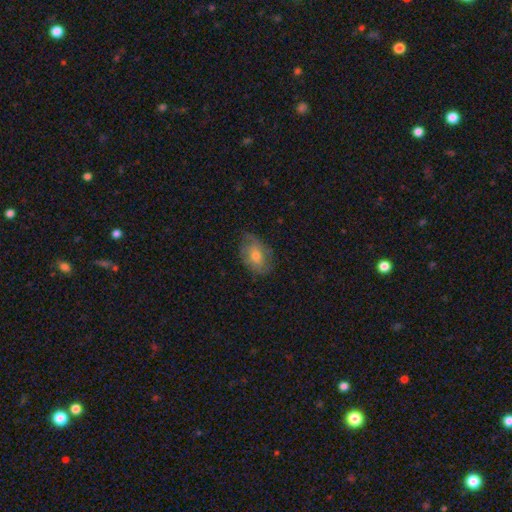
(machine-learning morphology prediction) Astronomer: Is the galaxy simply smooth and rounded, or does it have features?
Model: smooth — 55% (runner-up: featured or disk, 38%).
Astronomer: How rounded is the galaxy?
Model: in between — 81%.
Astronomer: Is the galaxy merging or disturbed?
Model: none — 67%.